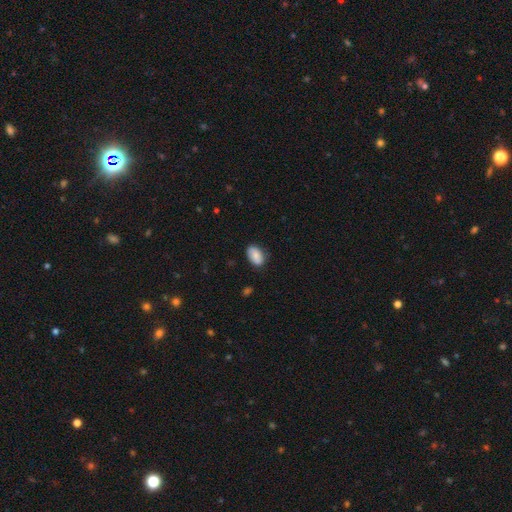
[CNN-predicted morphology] smooth 74%, featured or disk 19%, star or artifact 7%. Down the decision tree: how rounded — in between (90%); merging — none (76%).